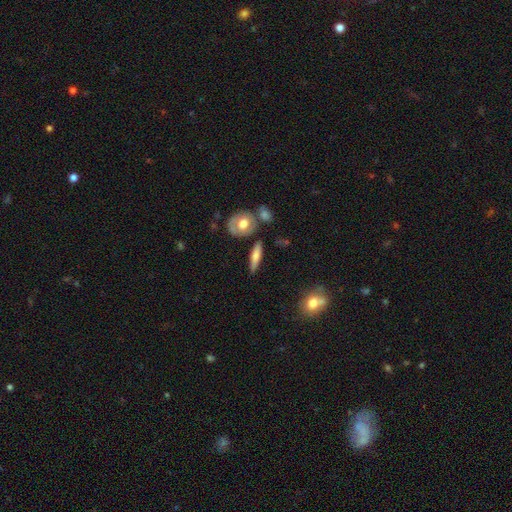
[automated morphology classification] smooth_or_featured: smooth (p=0.58) [alt: featured or disk p=0.35]
how_rounded: cigar-shaped (p=0.62) [alt: in between p=0.31]
merging: none (p=0.78) [alt: minor disturbance p=0.12]